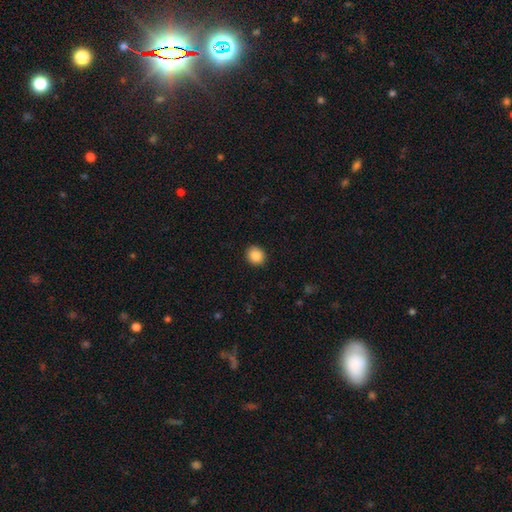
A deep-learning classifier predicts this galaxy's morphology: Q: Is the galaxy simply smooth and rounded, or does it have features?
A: smooth — 88%.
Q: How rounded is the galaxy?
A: round — 79%.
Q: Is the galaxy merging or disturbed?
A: none — 92%.